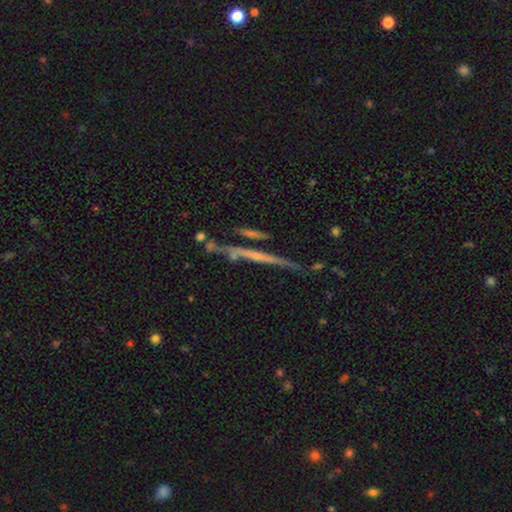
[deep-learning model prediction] featured or disk 67%, smooth 24%, star or artifact 9%. Down the decision tree: edge-on disk — yes (95%); edge-on bulge — none (74%); merging — none (73%).